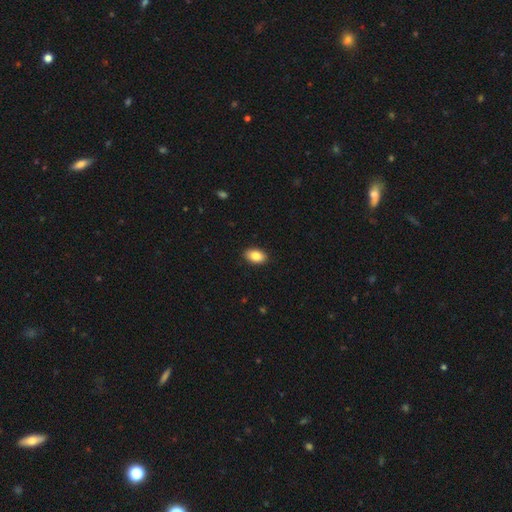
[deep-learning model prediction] Q: Smooth or featured?
A: smooth (86%); runner-up: star or artifact (7%)
Q: How rounded?
A: in between (91%); runner-up: round (7%)
Q: Merging?
A: none (90%); runner-up: minor disturbance (7%)